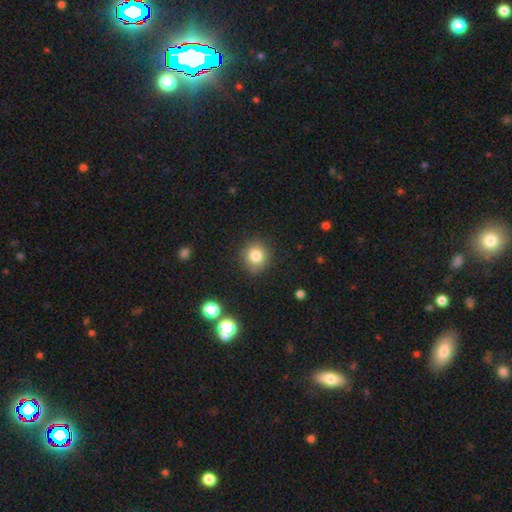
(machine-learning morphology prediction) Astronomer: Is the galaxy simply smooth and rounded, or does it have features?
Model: smooth — 81%.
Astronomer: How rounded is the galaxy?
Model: round — 89%.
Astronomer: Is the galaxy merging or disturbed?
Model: none — 86%.